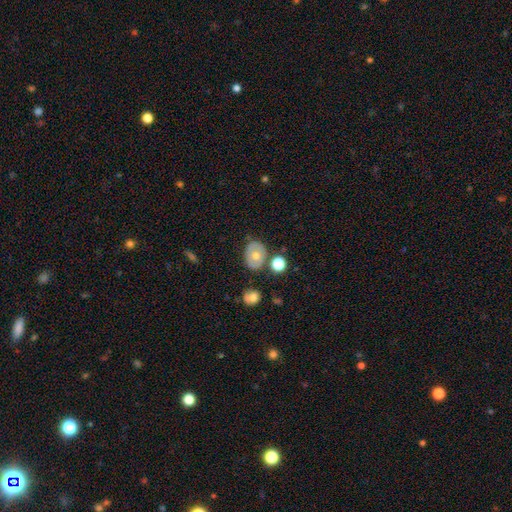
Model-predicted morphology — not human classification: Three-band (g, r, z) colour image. It shows a smooth galaxy with no disk features (52%) that is in between round and cigar-shaped (61%). Merging: none (75%).